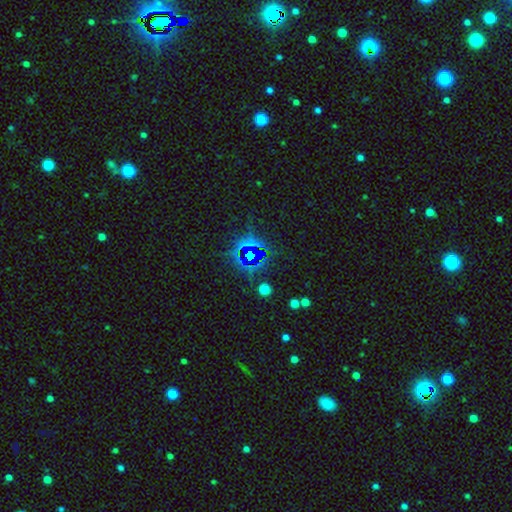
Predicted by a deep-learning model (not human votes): smooth-or-featured: star or artifact: 77% | smooth: 14% | featured or disk: 10%